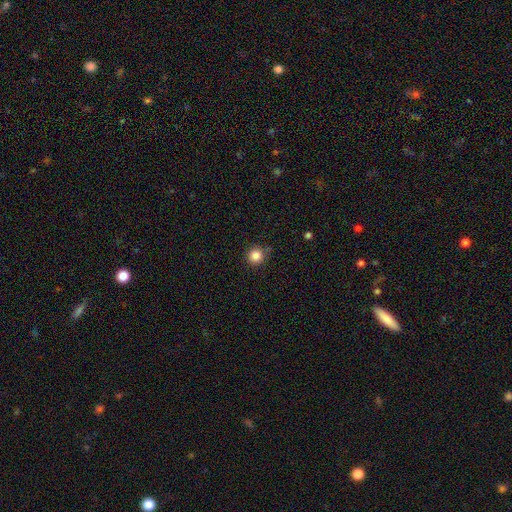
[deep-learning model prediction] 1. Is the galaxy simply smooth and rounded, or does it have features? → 85% smooth, 11% star or artifact, 4% featured or disk.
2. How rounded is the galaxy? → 94% round, 5% in between, 1% cigar-shaped.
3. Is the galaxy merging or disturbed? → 84% none, 11% minor disturbance, 3% major disturbance, 2% merger.